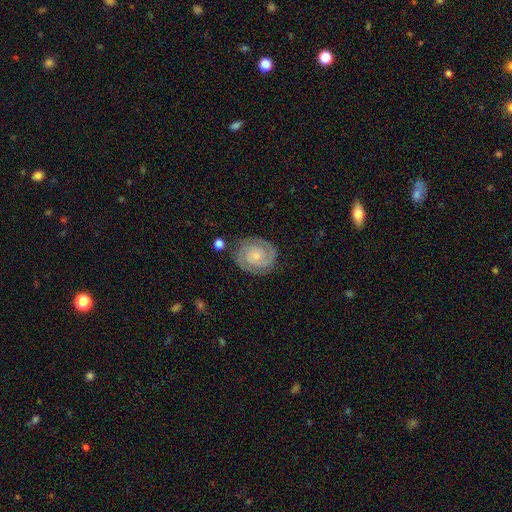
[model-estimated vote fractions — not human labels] The model was most divided on "bar": no: 68%, weak: 26%, strong: 6%. More confident: edge-on disk — no (98%); spiral arms — yes (97%); smooth or featured — featured or disk (84%); spiral arm count — 2 (83%); merging — none (83%); spiral winding — tight (72%); bulge size — small (71%).